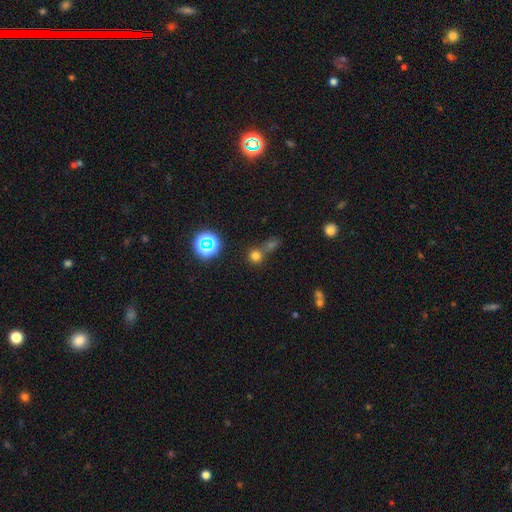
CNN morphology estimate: The model was most divided on "merging": none: 55%, merger: 34%, minor disturbance: 7%, major disturbance: 4%. More confident: how rounded — round (89%); smooth or featured — smooth (66%).